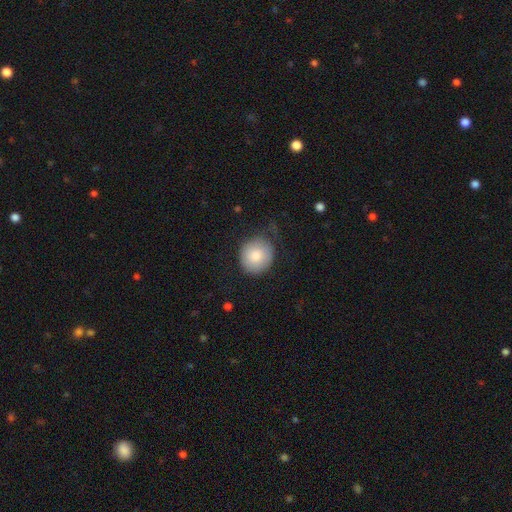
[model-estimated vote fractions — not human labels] Smooth or featured? Predicted: smooth (p=0.83). How rounded? Predicted: round (p=0.85). Merging? Predicted: none (p=0.63).